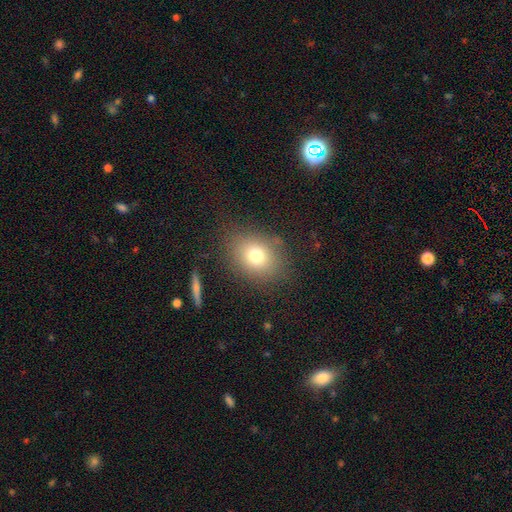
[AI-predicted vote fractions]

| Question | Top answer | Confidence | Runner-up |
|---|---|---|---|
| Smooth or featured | smooth | 74% | star or artifact (13%) |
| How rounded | in between | 51% | round (47%) |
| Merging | none | 81% | minor disturbance (12%) |